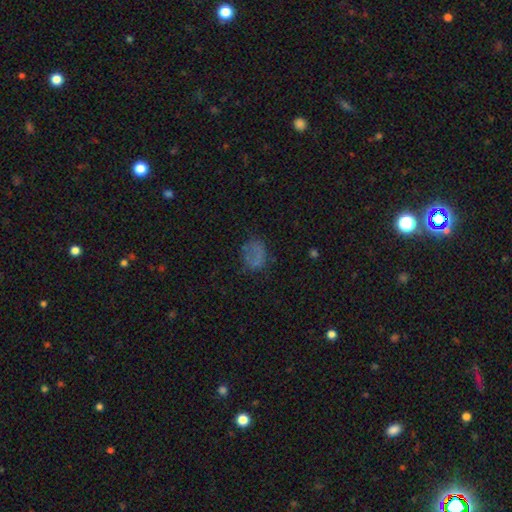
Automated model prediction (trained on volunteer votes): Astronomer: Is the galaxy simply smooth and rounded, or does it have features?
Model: smooth — 58%.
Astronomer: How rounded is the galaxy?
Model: in between — 58% (runner-up: round, 41%).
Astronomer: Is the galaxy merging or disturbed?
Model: none — 54%.